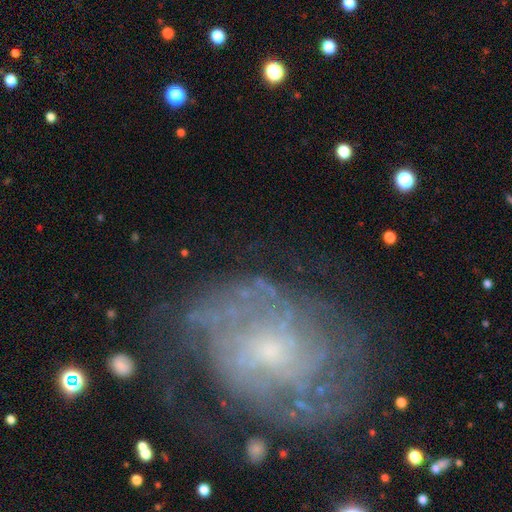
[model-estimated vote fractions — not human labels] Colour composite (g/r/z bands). It shows a featured or disk galaxy (79%) with no bar (67%), tight (52%) spiral arms (87%) and a small central bulge (63%). Merging: none (64%).